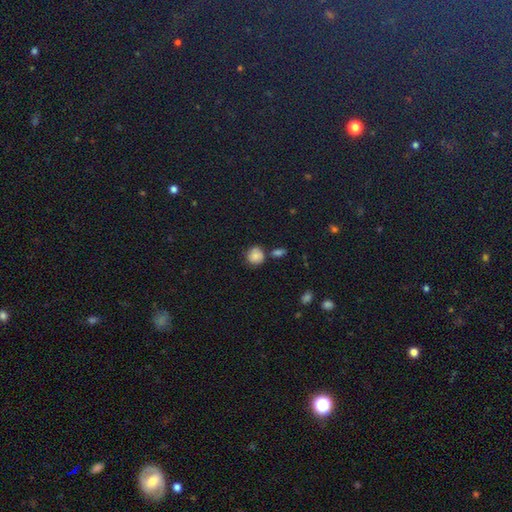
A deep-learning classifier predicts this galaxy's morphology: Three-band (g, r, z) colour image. It shows a smooth galaxy with no disk features (82%) that is round (88%). Merging: none (70%).